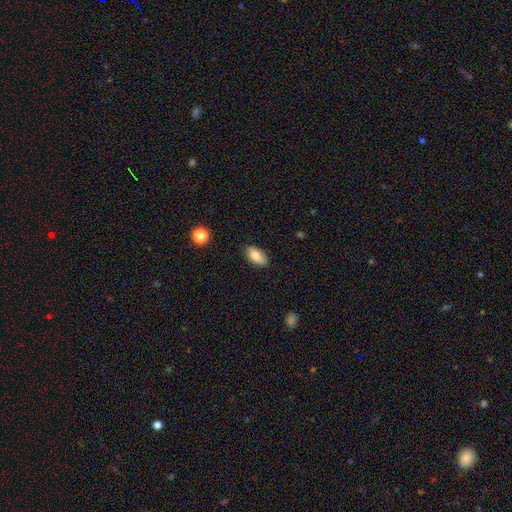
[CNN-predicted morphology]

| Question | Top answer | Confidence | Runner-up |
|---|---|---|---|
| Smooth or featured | smooth | 80% | featured or disk (13%) |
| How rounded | in between | 92% | cigar-shaped (4%) |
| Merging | none | 81% | minor disturbance (15%) |